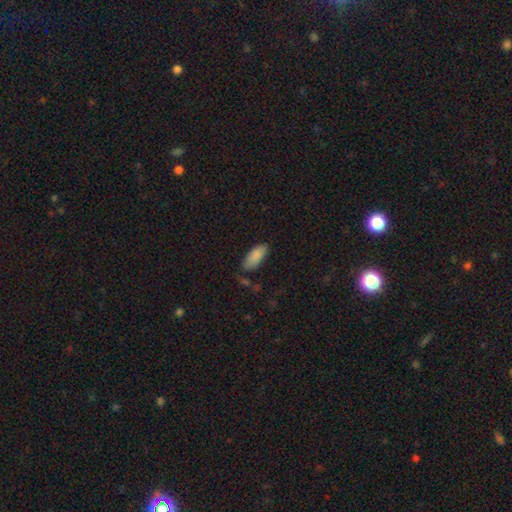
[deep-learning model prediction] Q: Smooth or featured?
A: smooth (87%); runner-up: star or artifact (7%)
Q: How rounded?
A: in between (85%); runner-up: cigar-shaped (13%)
Q: Merging?
A: none (70%); runner-up: minor disturbance (21%)